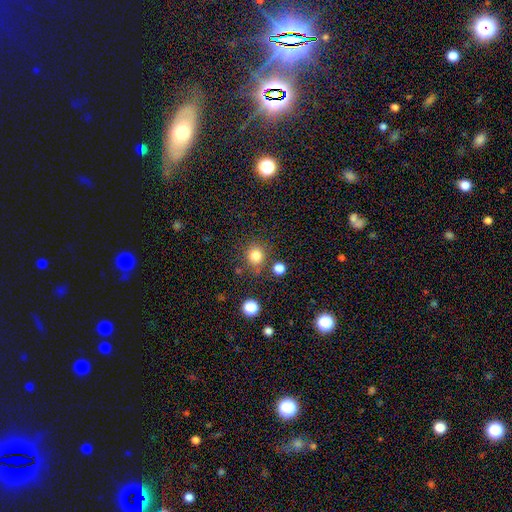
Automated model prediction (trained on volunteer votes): Q: Smooth or featured?
A: smooth (82%); runner-up: star or artifact (13%)
Q: How rounded?
A: round (88%); runner-up: in between (11%)
Q: Merging?
A: none (79%); runner-up: minor disturbance (10%)